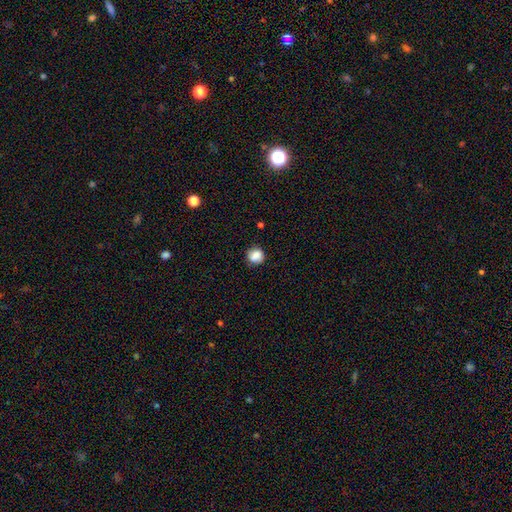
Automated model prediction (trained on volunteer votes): A smooth galaxy with no disk features (85%) that is round (85%). Merging: none (84%).